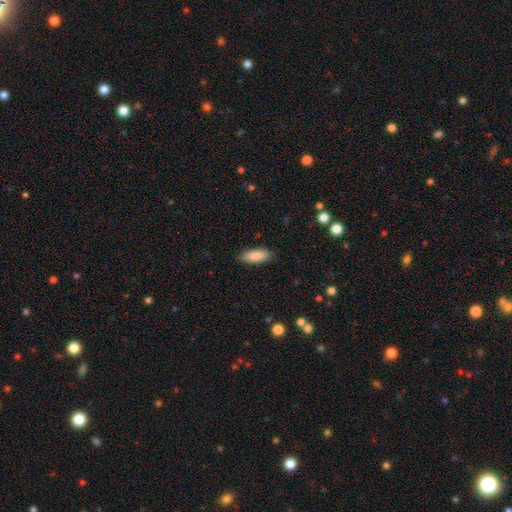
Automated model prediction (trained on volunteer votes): Smooth or featured?
  - smooth: 87% *
  - featured or disk: 7%
  - star or artifact: 6%
How rounded?
  - in between: 72% *
  - cigar-shaped: 27%
  - round: 2%
Merging?
  - none: 88% *
  - minor disturbance: 9%
  - major disturbance: 2%
  - merger: 1%